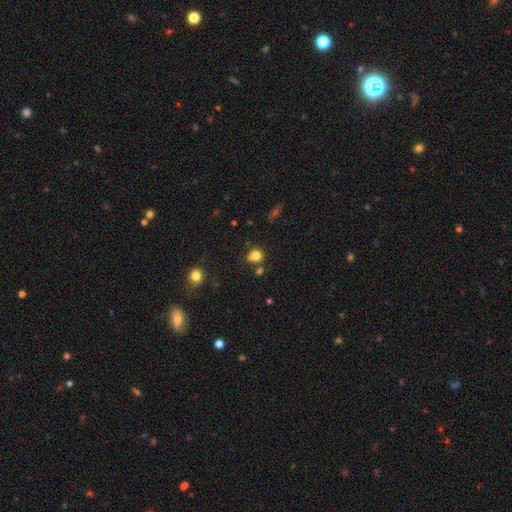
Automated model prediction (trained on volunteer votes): smooth_or_featured: smooth (p=0.76) [alt: star or artifact p=0.14]
how_rounded: round (p=0.75) [alt: in between p=0.24]
merging: none (p=0.53) [alt: merger p=0.25]